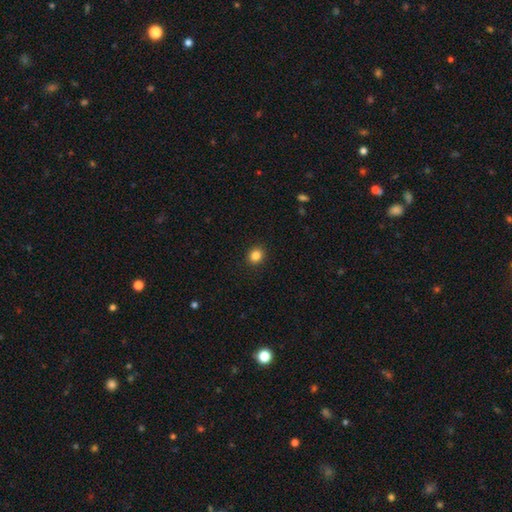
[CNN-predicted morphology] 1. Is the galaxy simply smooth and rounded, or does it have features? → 85% smooth, 11% star or artifact, 4% featured or disk.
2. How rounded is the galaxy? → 75% round, 24% in between, 1% cigar-shaped.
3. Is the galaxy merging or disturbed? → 92% none, 5% minor disturbance, 2% major disturbance, 1% merger.